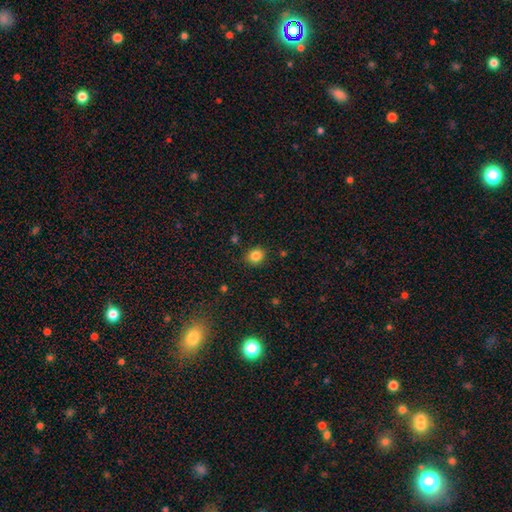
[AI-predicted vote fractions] Smooth or featured? smooth (84%)
How rounded? round (76%)
Merging? none (88%)